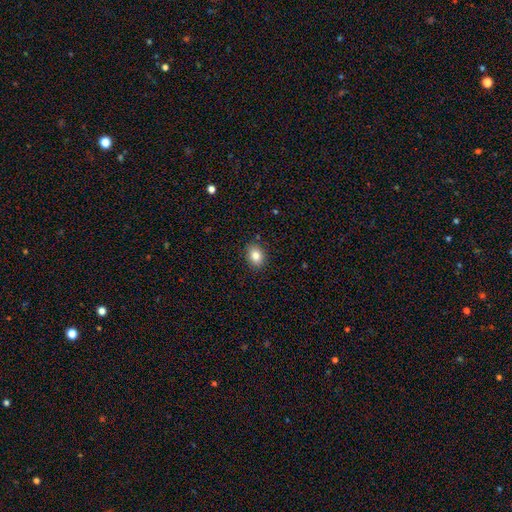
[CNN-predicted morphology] smooth 83%, star or artifact 10%, featured or disk 8%. Down the decision tree: how rounded — in between (56%); merging — none (89%).